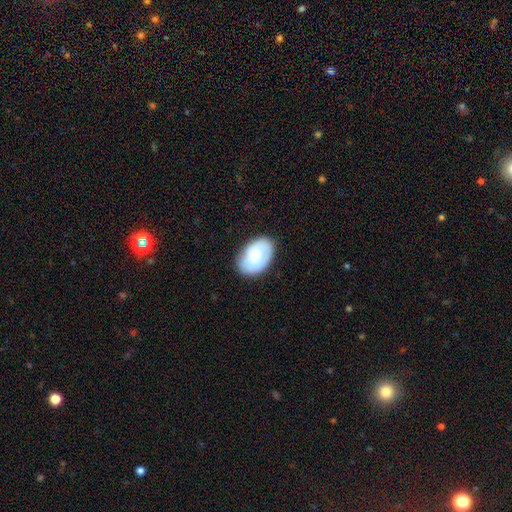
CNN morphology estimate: Q: Smooth or featured?
A: smooth (74%); runner-up: featured or disk (19%)
Q: How rounded?
A: in between (90%); runner-up: round (9%)
Q: Merging?
A: none (78%); runner-up: minor disturbance (17%)